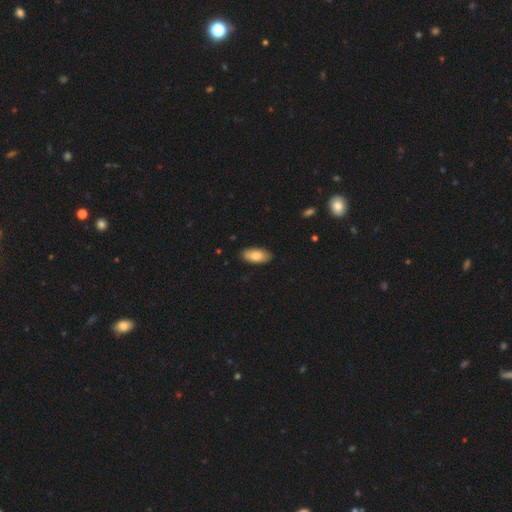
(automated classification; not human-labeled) This appears to be a smooth galaxy with no disk features (83%) that is in between round and cigar-shaped (92%). Merging: none (87%).